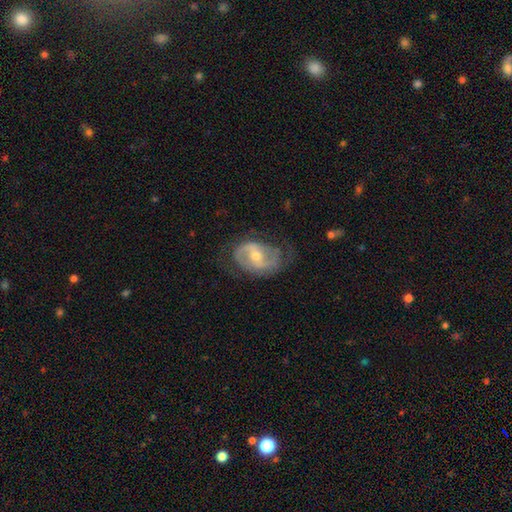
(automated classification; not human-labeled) Overall: featured or disk (80%). Edge-on disk: no (96%). Bar: weak (45%; no 30%). Spiral arms: yes (86%). Spiral arm count: 2 (80%). Spiral winding: medium (47%; loose 29%). Bulge size: moderate (57%; small 39%). Merging: none (64%).